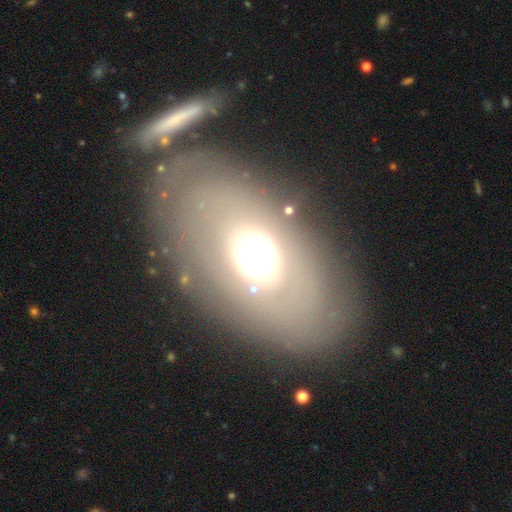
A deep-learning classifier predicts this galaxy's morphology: This appears to be a smooth galaxy with no disk features (49%). Merging: none (76%).